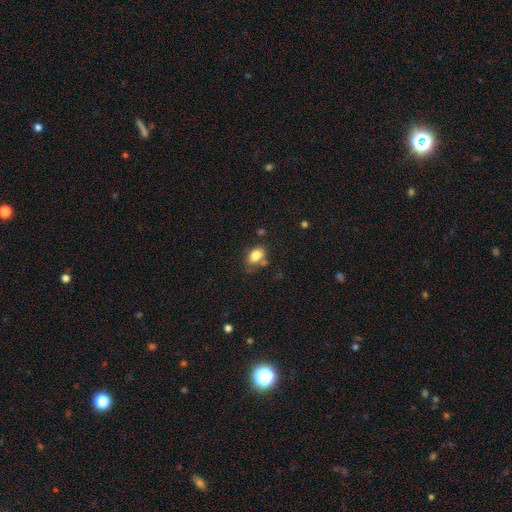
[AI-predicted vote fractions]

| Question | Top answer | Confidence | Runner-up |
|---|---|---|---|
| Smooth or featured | smooth | 82% | featured or disk (9%) |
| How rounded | in between | 79% | round (20%) |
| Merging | none | 63% | minor disturbance (20%) |